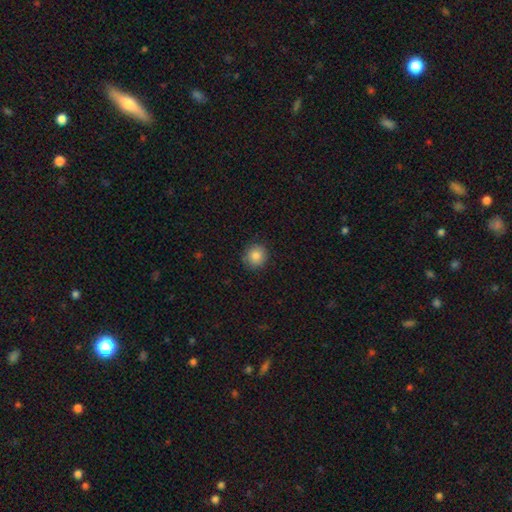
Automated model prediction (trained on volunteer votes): Smooth or featured? Predicted: smooth (p=0.85). How rounded? Predicted: round (p=0.91). Merging? Predicted: none (p=0.90).